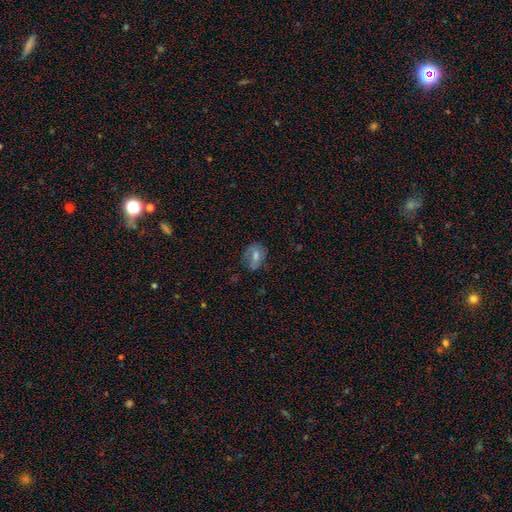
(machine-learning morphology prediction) featured or disk 43%, smooth 42%, star or artifact 15%. Down the decision tree: merging — none (56%).